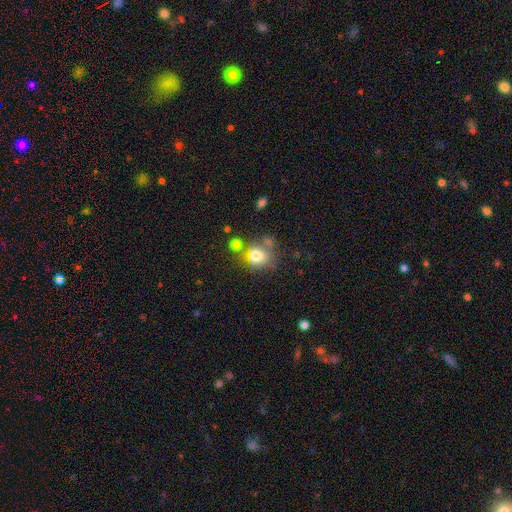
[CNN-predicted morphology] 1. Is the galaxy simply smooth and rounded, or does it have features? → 74% smooth, 13% featured or disk, 12% star or artifact.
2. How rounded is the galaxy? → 66% round, 33% in between, 1% cigar-shaped.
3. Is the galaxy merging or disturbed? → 48% none, 24% merger, 19% minor disturbance, 10% major disturbance.